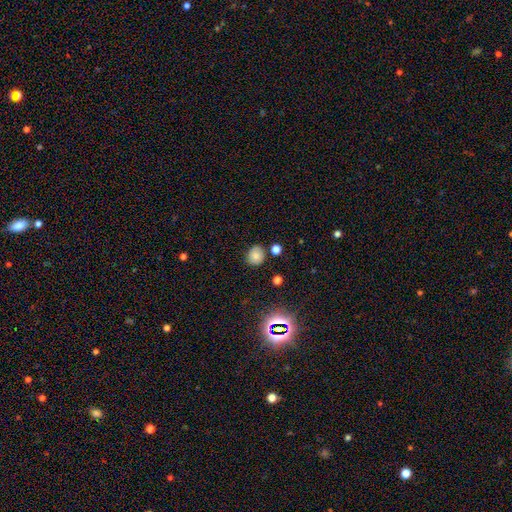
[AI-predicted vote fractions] Morphology: type=smooth (75%); roundness=round (75%); merging=none (79%).